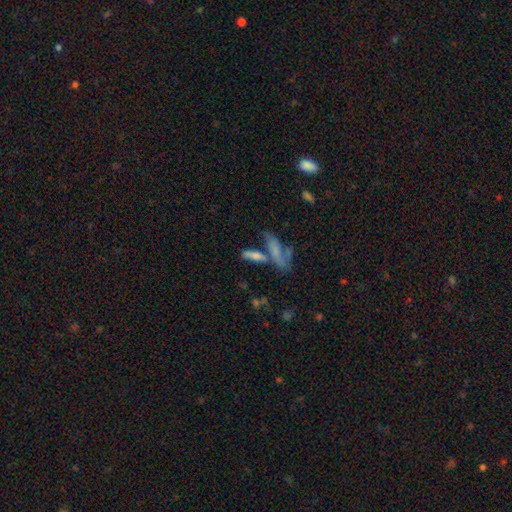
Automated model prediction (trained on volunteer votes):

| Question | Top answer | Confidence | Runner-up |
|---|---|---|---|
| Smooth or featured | smooth | 59% | featured or disk (29%) |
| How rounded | cigar-shaped | 62% | in between (35%) |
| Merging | merger | 40% | tied: none (40%) |